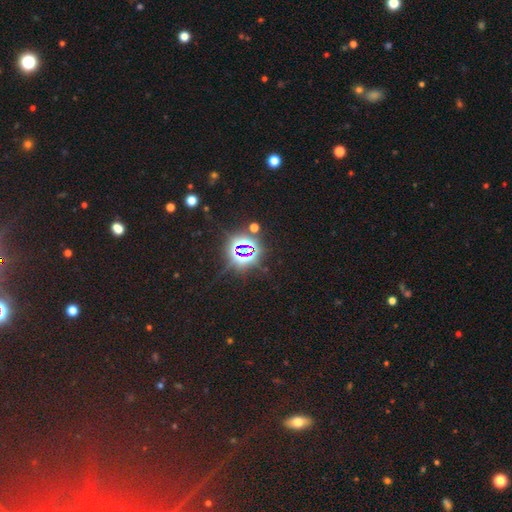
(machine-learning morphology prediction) The model was most divided on "smooth or featured": star or artifact: 72%, smooth: 21%, featured or disk: 6%.